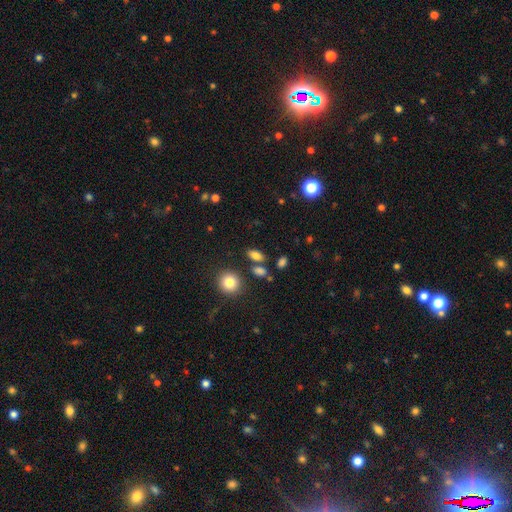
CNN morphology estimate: Smooth or featured: smooth — 80% (star or artifact — 11%)
How rounded: in between — 81% (round — 11%)
Merging: none — 74% (merger — 11%)